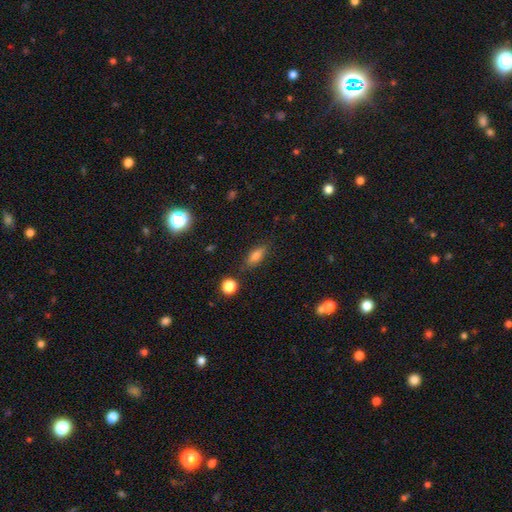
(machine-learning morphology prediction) type=smooth (79%); roundness=in between (72%); merging=none (81%).